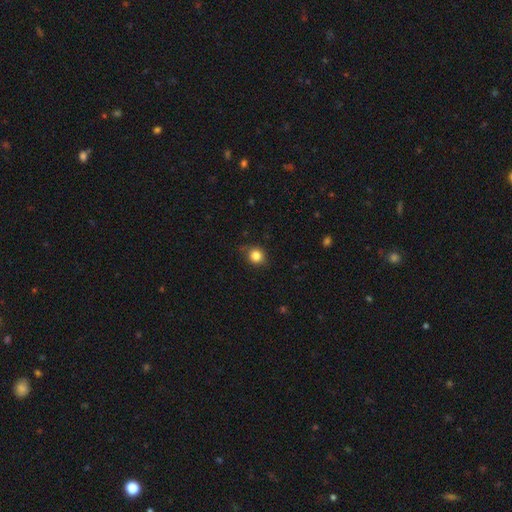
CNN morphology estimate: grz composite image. It shows a smooth galaxy with no disk features (83%) that is round (83%). Merging: none (78%).